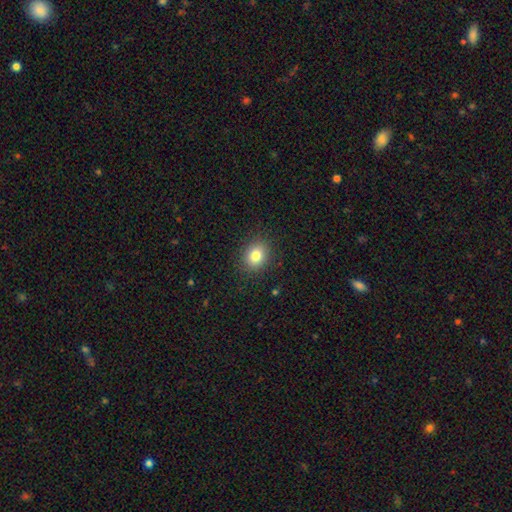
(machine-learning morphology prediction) smooth 81%, star or artifact 11%, featured or disk 8%. Down the decision tree: how rounded — round (60%); merging — none (89%).